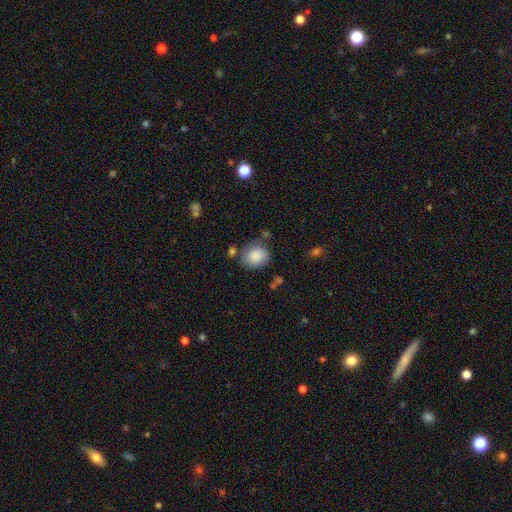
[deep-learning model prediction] A smooth galaxy with no disk features (86%) that is round (63%).

Vote fractions:
- Smooth or featured? smooth: 86% / star or artifact: 7% / featured or disk: 7%
- How rounded? round: 63% / in between: 36% / cigar-shaped: 1%
- Merging? none: 68% / minor disturbance: 19% / merger: 7% / major disturbance: 6%